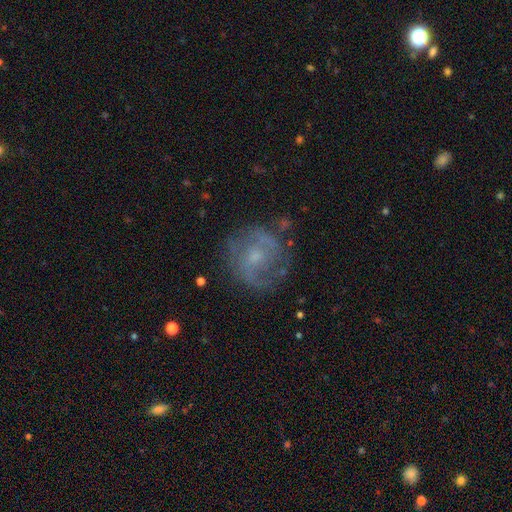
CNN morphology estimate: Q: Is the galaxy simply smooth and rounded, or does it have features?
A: featured or disk — 73%.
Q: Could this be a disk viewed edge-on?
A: no — 97%.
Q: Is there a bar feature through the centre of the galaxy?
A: no — 55%.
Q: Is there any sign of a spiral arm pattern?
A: yes — 87%.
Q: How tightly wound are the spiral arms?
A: medium — 47%.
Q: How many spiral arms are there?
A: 2 — 66%.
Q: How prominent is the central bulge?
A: small — 57%.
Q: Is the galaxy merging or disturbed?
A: none — 73%.